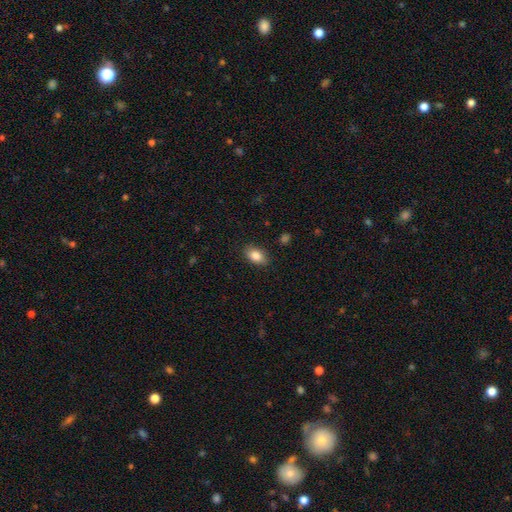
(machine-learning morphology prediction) smooth 85%, star or artifact 8%, featured or disk 7%. Down the decision tree: how rounded — in between (88%); merging — none (87%).